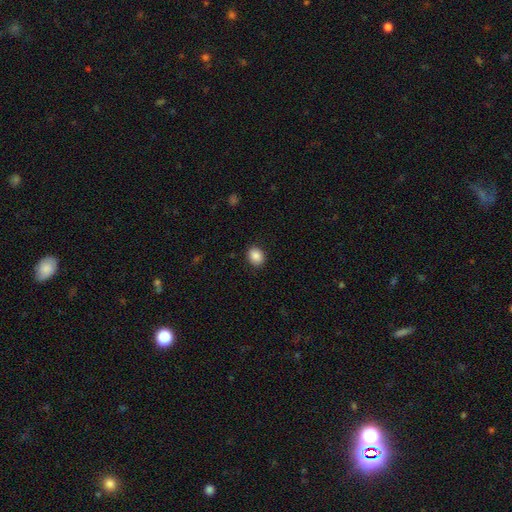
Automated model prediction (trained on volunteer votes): Smooth or featured? smooth (88%)
How rounded? round (50%)
Merging? none (90%)